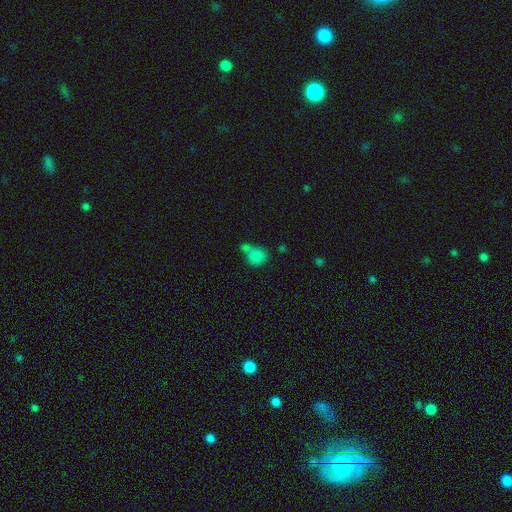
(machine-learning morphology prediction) Smooth or featured: smooth — 82% (star or artifact — 10%)
How rounded: round — 66% (in between — 33%)
Merging: merger — 48% (none — 35%)